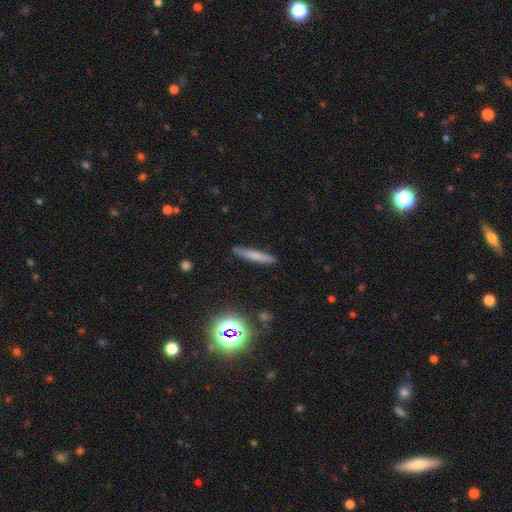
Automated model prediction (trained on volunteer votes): Q: Smooth or featured?
A: smooth (69%); runner-up: featured or disk (20%)
Q: How rounded?
A: cigar-shaped (92%); runner-up: in between (6%)
Q: Merging?
A: none (88%); runner-up: minor disturbance (9%)